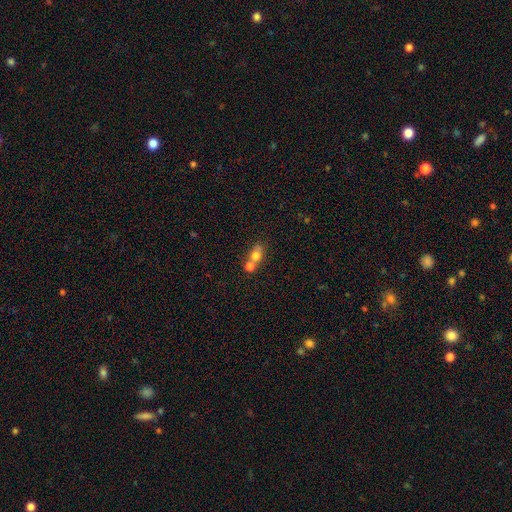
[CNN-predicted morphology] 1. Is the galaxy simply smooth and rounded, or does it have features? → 73% smooth, 15% featured or disk, 12% star or artifact.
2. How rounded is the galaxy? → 51% round, 46% in between, 3% cigar-shaped.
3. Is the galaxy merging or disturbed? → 56% merger, 32% none, 8% minor disturbance, 4% major disturbance.